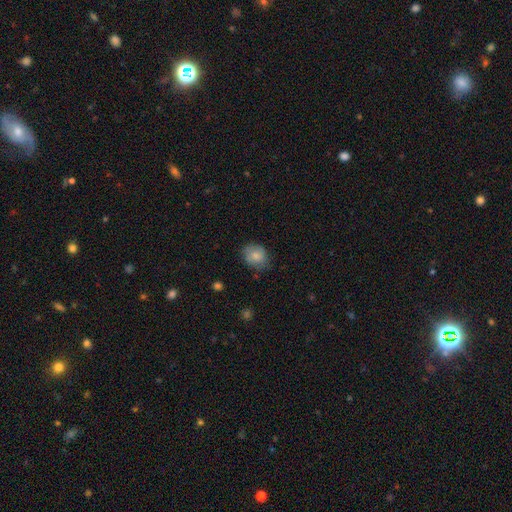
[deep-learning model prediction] Smooth or featured? smooth (79%)
How rounded? round (63%)
Merging? none (70%)